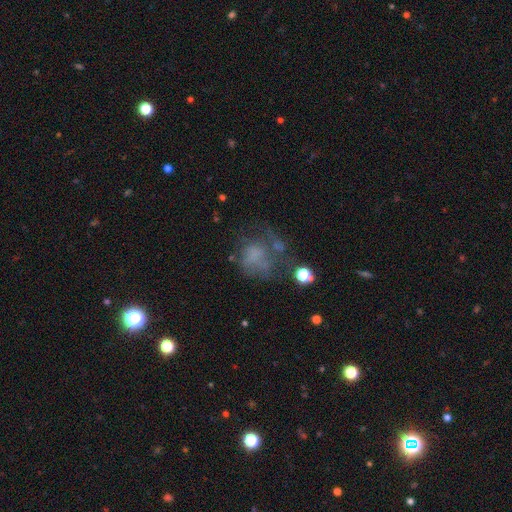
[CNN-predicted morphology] Smooth or featured: smooth — 44% (featured or disk — 37%)
Merging: major disturbance — 36% (none — 35%)